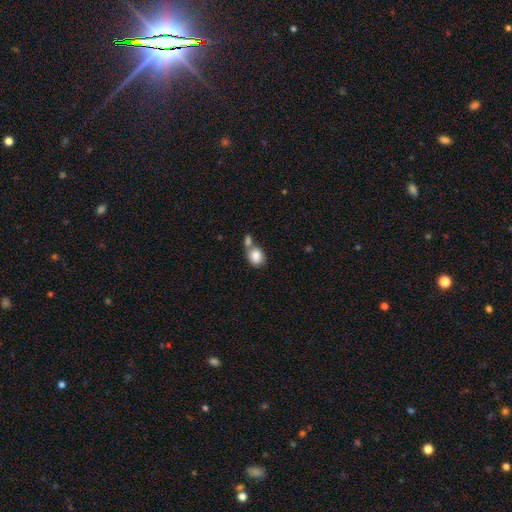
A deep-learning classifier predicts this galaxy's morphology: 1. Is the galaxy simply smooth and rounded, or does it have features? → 84% smooth, 9% featured or disk, 8% star or artifact.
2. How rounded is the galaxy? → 51% round, 48% in between, 1% cigar-shaped.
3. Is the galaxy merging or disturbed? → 48% merger, 36% none, 11% minor disturbance, 5% major disturbance.